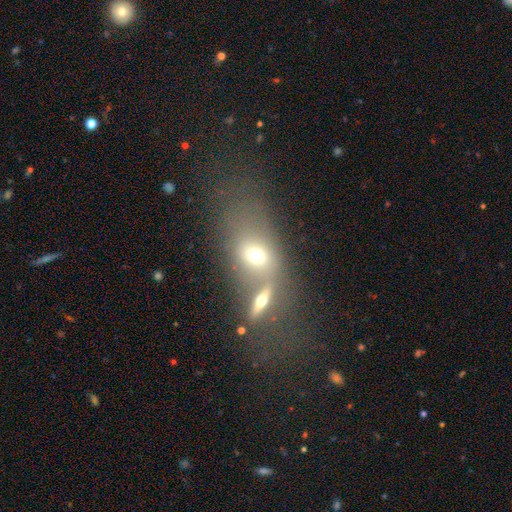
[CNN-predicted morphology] This is possibly a smooth galaxy (56%). How rounded: likely in between (69%). Merging: possibly merger (54%).